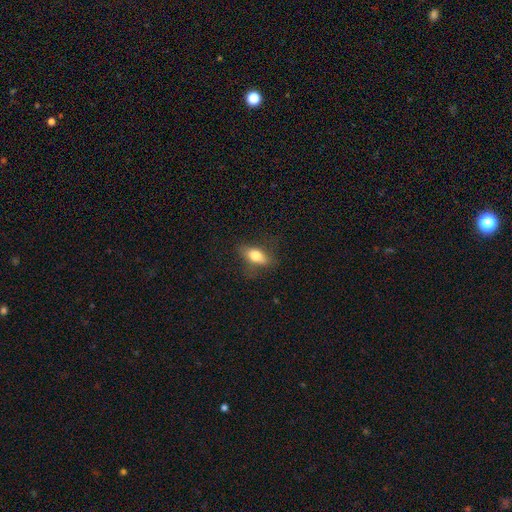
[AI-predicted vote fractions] Smooth or featured? smooth (69%)
How rounded? in between (71%)
Merging? none (71%)